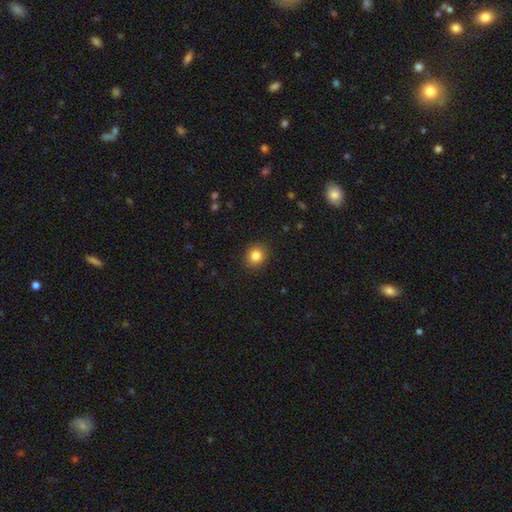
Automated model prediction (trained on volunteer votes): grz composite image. It shows a smooth galaxy with no disk features (84%) that is round (87%). Merging: none (91%).